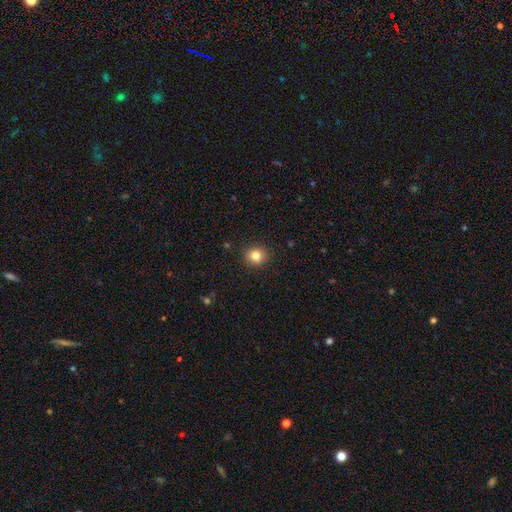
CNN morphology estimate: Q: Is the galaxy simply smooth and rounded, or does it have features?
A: smooth — 82%.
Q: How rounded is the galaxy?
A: round — 83%.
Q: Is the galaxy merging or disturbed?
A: none — 90%.